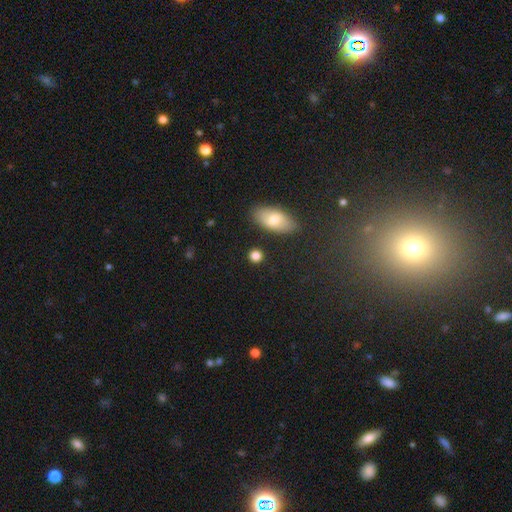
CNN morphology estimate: smooth 83%, star or artifact 10%, featured or disk 7%. Down the decision tree: how rounded — round (73%); merging — none (84%).